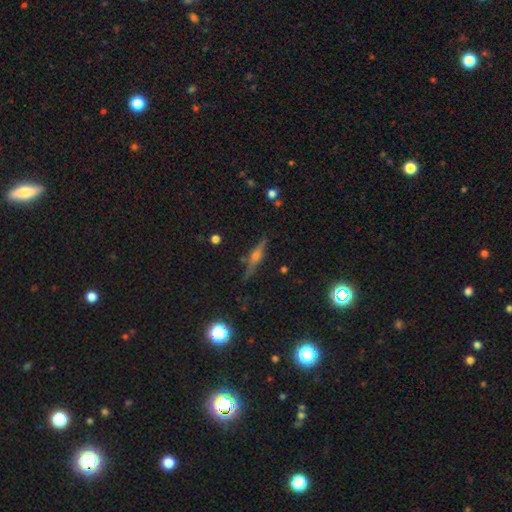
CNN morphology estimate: Overall: featured or disk (68%). Edge-on disk: yes (95%). Edge-on bulge: rounded (84%). Merging: none (83%).